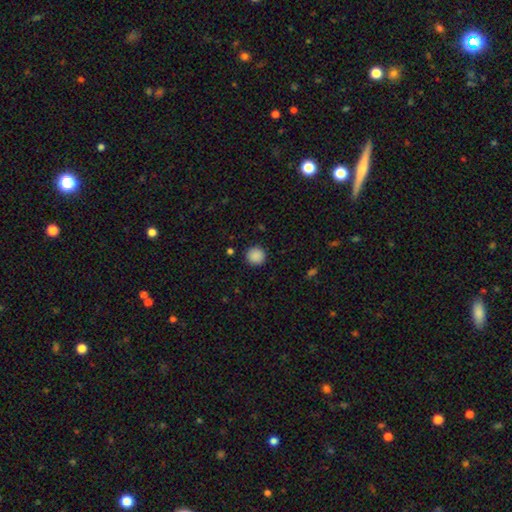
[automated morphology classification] This appears to be a smooth galaxy with no disk features (89%) that is round (94%). Merging: none (90%).